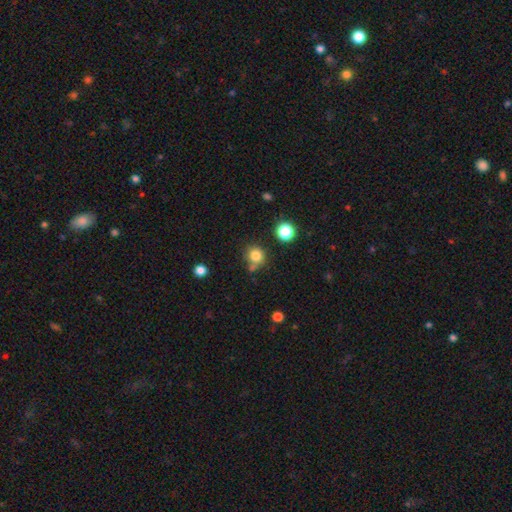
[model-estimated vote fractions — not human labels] Smooth or featured? smooth (81%)
How rounded? round (88%)
Merging? none (69%)